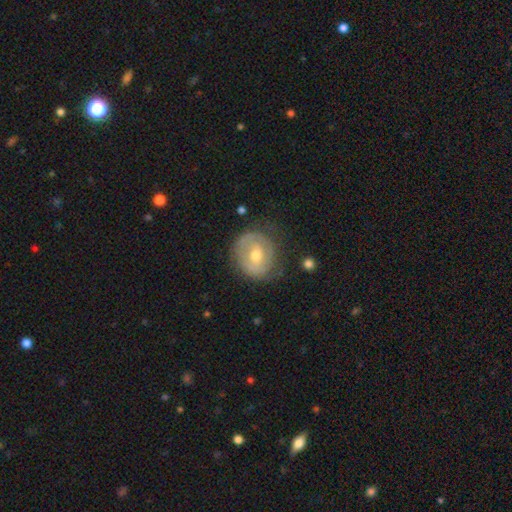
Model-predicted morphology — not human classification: Q: Smooth or featured?
A: featured or disk (57%); runner-up: smooth (37%)
Q: Edge-on disk?
A: no (96%); runner-up: yes (4%)
Q: Bar?
A: no (52%); runner-up: weak (37%)
Q: Spiral arms?
A: no (52%); runner-up: yes (48%)
Q: Bulge size?
A: moderate (75%); runner-up: small (16%)
Q: Merging?
A: none (69%); runner-up: minor disturbance (21%)